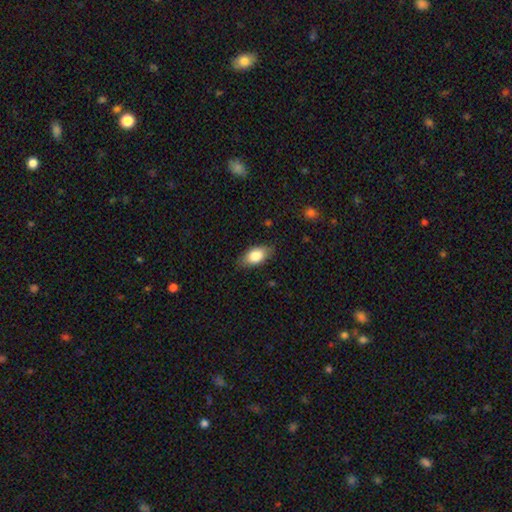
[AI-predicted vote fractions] smooth_or_featured: smooth (p=0.79) [alt: featured or disk p=0.14]
how_rounded: in between (p=0.90) [alt: cigar-shaped p=0.06]
merging: none (p=0.82) [alt: minor disturbance p=0.14]